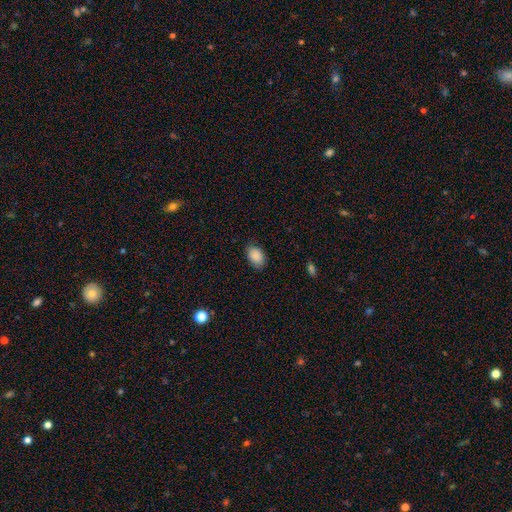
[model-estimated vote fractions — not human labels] Morphology: type=smooth (89%); roundness=in between (84%); merging=none (81%).